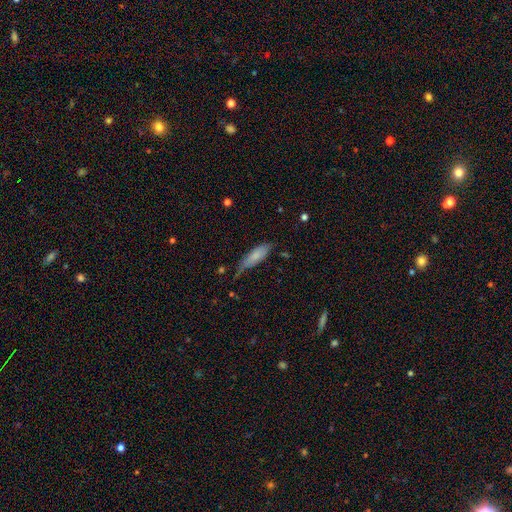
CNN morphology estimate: Overall: smooth (73%). How rounded: in between (52%; cigar-shaped 46%). Merging: none (45%; minor disturbance 40%).